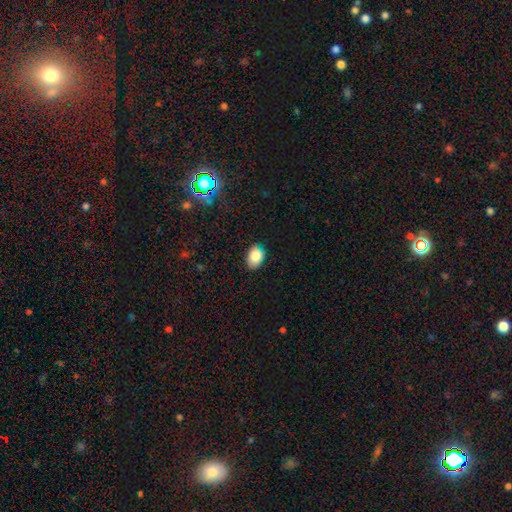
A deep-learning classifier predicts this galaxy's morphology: This appears to be a smooth galaxy with no disk features (83%) that is in between round and cigar-shaped (85%). Merging: none (79%).